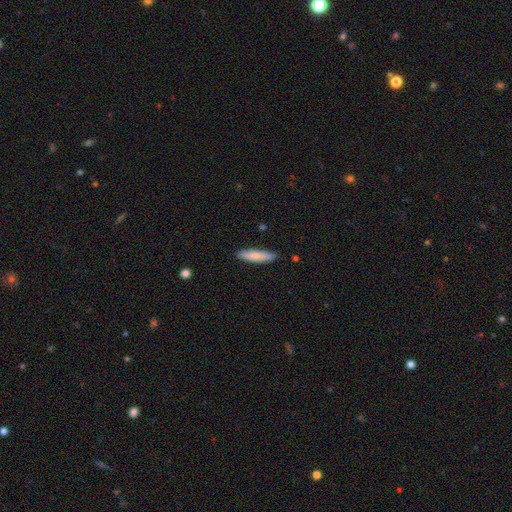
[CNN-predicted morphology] Overall: smooth (83%). How rounded: cigar-shaped (80%). Merging: none (89%).